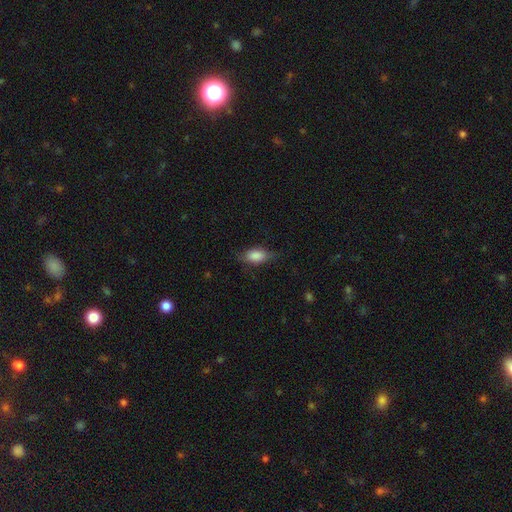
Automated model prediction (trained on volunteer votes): Smooth or featured? Predicted: smooth (p=0.82). How rounded? Predicted: in between (p=0.86). Merging? Predicted: none (p=0.69).